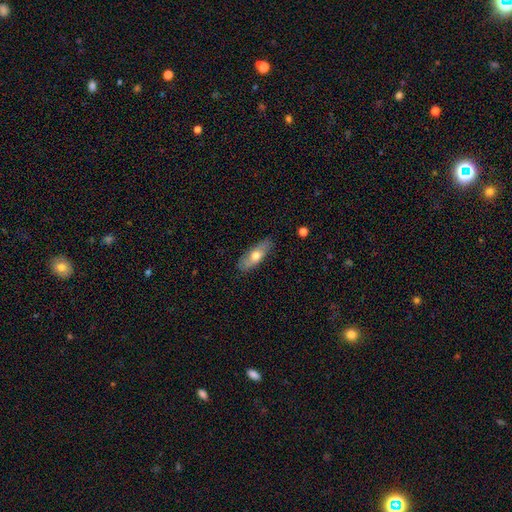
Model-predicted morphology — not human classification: smooth-or-featured: smooth: 63% | featured or disk: 31% | star or artifact: 6%
  how-rounded: in between: 70% | cigar-shaped: 27% | round: 3%
  merging: none: 81% | minor disturbance: 15% | major disturbance: 3% | merger: 1%